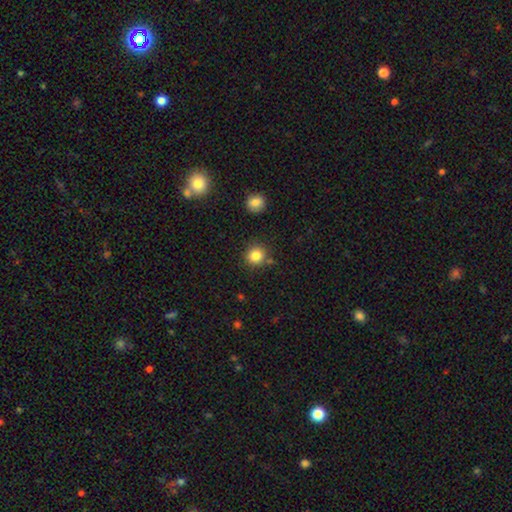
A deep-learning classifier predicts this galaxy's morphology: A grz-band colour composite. It shows a smooth galaxy with no disk features (84%) that is round (91%). Merging: none (83%).